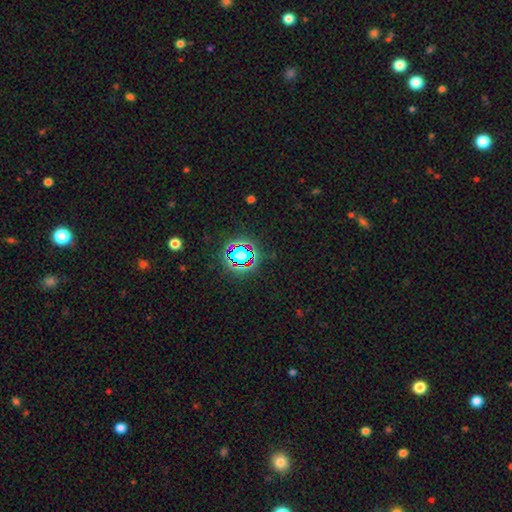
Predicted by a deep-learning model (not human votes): Overall: star or artifact (79%).